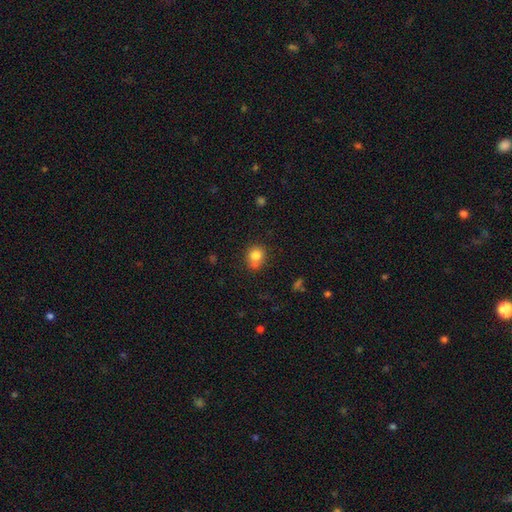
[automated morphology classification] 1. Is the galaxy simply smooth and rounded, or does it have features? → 81% smooth, 11% star or artifact, 9% featured or disk.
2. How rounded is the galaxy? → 74% round, 25% in between, 1% cigar-shaped.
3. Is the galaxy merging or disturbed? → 63% none, 20% minor disturbance, 11% merger, 5% major disturbance.